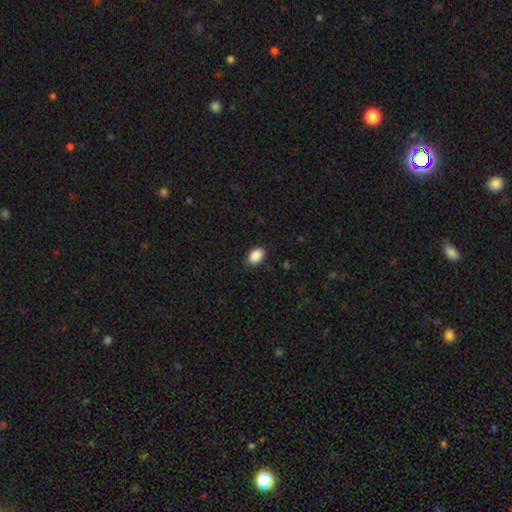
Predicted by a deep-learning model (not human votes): The model was most divided on "how rounded": in between: 84%, round: 15%, cigar-shaped: 1%. More confident: smooth or featured — smooth (90%); merging — none (87%).